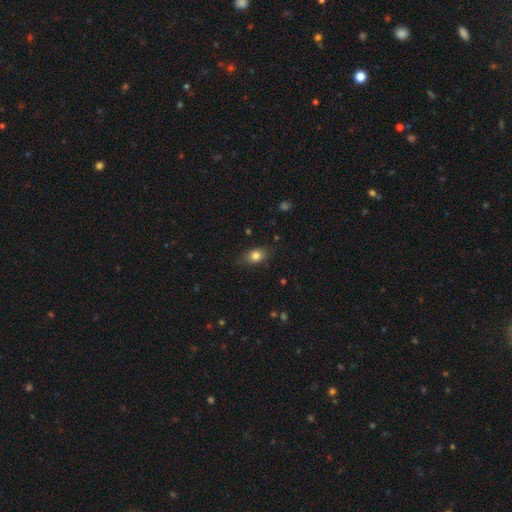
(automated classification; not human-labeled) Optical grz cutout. It shows a smooth galaxy with no disk features (82%) that is in between round and cigar-shaped (75%). Merging: none (80%).